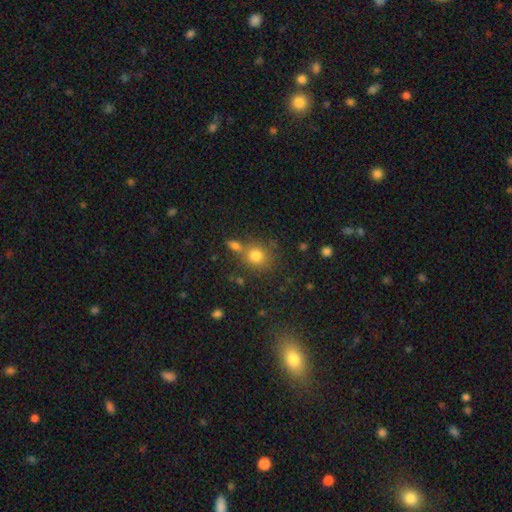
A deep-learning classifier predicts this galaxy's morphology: Smooth or featured? Predicted: smooth (p=0.79). How rounded? Predicted: round (p=0.80). Merging? Predicted: none (p=0.60).